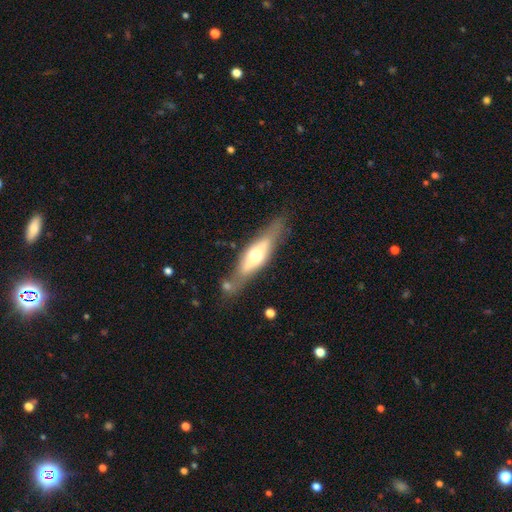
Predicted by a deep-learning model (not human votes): Smooth or featured? Predicted: featured or disk (p=0.55). Edge-on disk? Predicted: yes (p=0.75). Merging? Predicted: none (p=0.69).